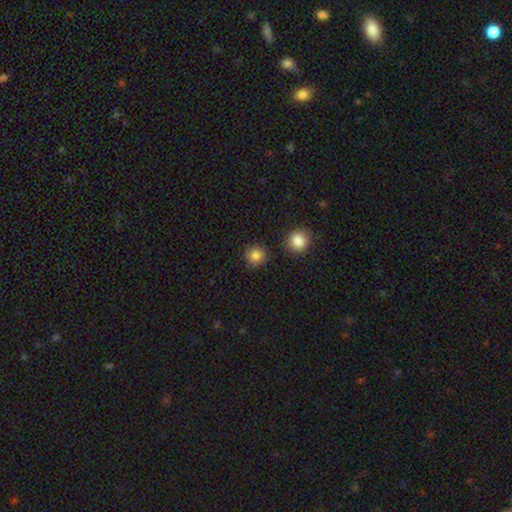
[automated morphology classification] This is clearly a smooth galaxy (84%). How rounded: clearly round (91%). Merging: clearly none (86%).